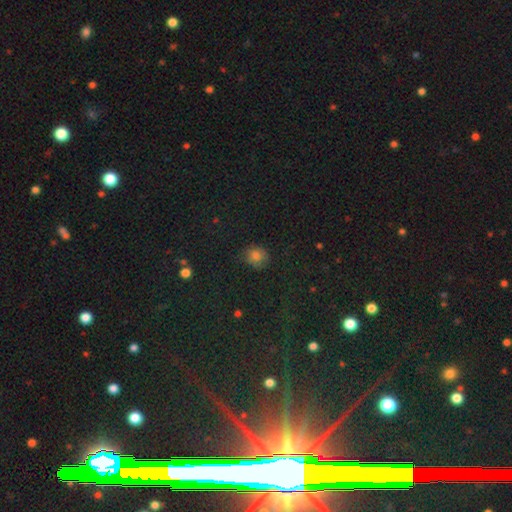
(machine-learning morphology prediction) A smooth galaxy with no disk features (76%) that is round (84%).

Vote fractions:
- Smooth or featured? smooth: 76% / star or artifact: 17% / featured or disk: 7%
- How rounded? round: 84% / in between: 15% / cigar-shaped: 1%
- Merging? none: 76% / minor disturbance: 17% / major disturbance: 5% / merger: 2%